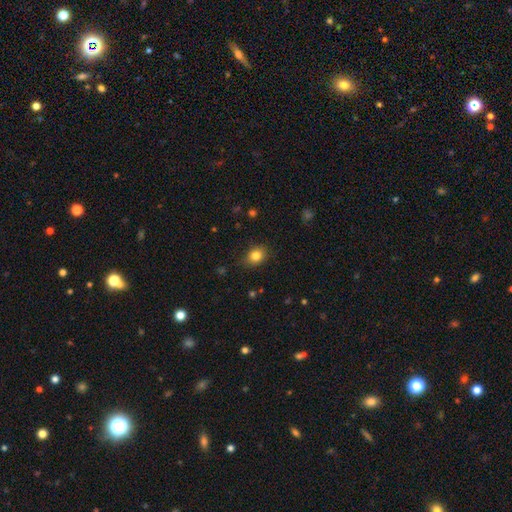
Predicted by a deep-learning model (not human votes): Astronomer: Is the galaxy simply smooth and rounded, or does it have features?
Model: smooth — 82%.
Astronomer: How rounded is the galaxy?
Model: in between — 51% (runner-up: round, 48%).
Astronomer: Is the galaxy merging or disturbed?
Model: none — 82%.